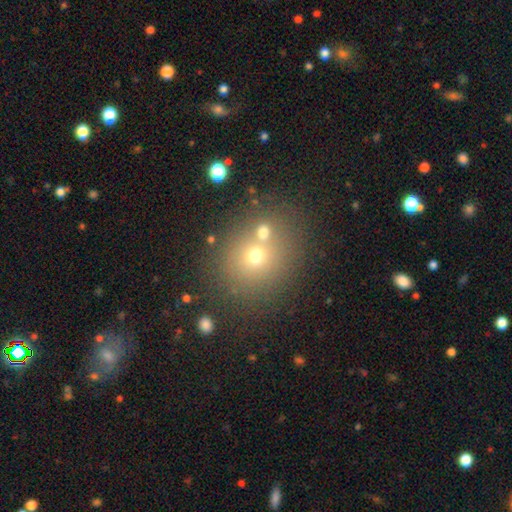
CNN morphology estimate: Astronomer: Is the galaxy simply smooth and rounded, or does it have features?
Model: smooth — 63%.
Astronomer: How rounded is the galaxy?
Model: round — 80%.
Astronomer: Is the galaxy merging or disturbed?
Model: none — 66%.